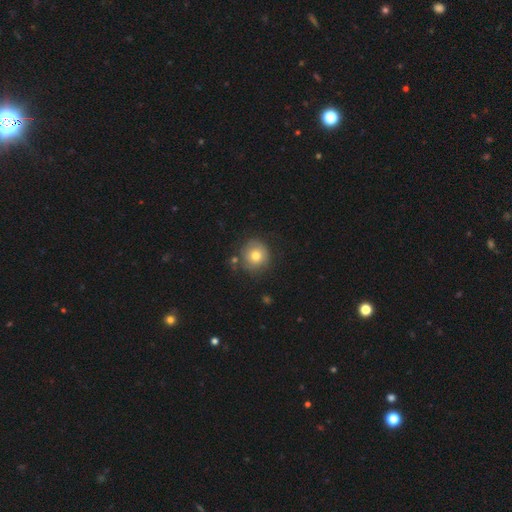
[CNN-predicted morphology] smooth_or_featured: smooth (p=0.73) [alt: featured or disk p=0.18]
how_rounded: round (p=0.91) [alt: in between p=0.08]
merging: none (p=0.74) [alt: minor disturbance p=0.17]